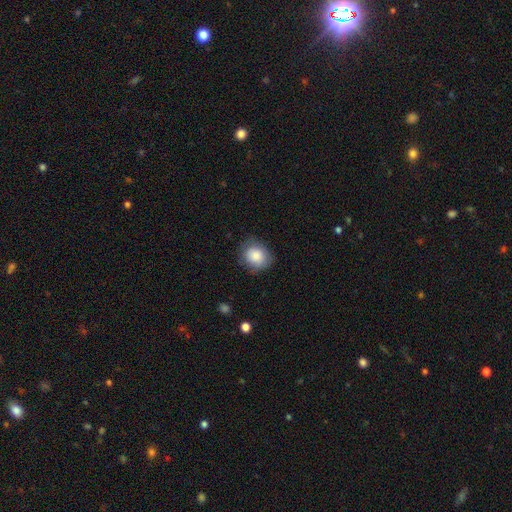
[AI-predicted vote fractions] Smooth or featured: smooth — 85% (featured or disk — 8%)
How rounded: round — 75% (in between — 24%)
Merging: none — 77% (minor disturbance — 17%)